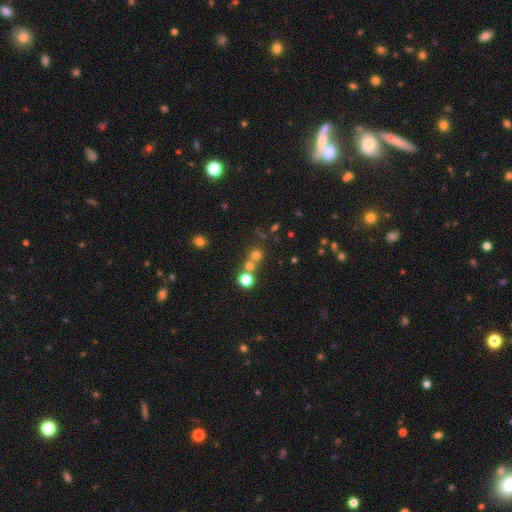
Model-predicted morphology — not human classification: Overall: smooth (65%). How rounded: round (89%). Merging: none (54%; merger 37%).